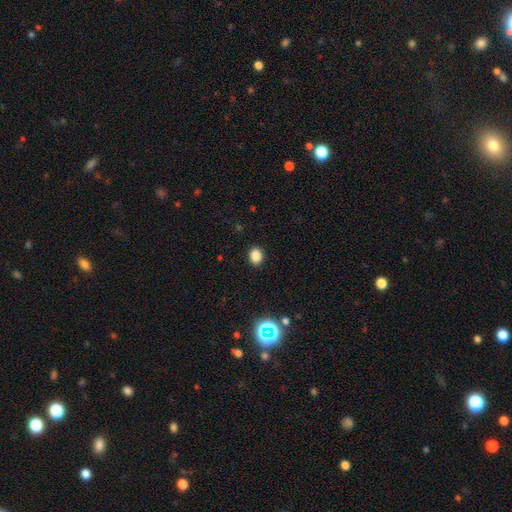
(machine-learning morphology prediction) smooth-or-featured: smooth: 84% | star or artifact: 12% | featured or disk: 4%
  how-rounded: in between: 57% | round: 42% | cigar-shaped: 1%
  merging: none: 90% | minor disturbance: 7% | major disturbance: 2% | merger: 1%